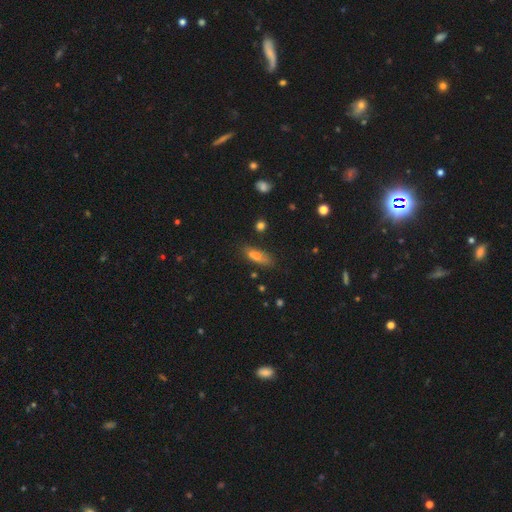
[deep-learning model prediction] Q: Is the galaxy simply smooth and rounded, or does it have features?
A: smooth — 73%.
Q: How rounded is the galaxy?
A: in between — 58%.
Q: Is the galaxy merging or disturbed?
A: none — 64%.